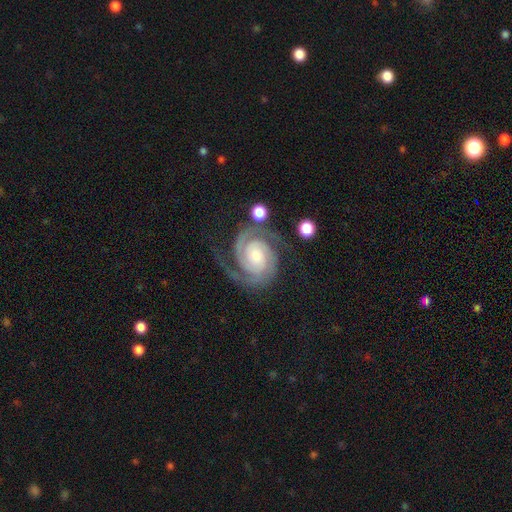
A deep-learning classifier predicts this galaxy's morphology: smooth-or-featured: featured or disk: 92% | star or artifact: 4% | smooth: 4%
  disk-edge-on: no: 98% | yes: 2%
    bar: no: 66% | weak: 24% | strong: 10%
    has-spiral-arms: yes: 99% | no: 1%
      spiral-winding: tight: 62% | medium: 33% | loose: 5%
      spiral-arm-count: 2: 90% | 3: 4% | can't tell: 2% | 1: 2% | 4: 1% | more than 4: 1%
    bulge-size: small: 44% | moderate: 40% | large: 8% | none: 5% | dominant: 2%
  merging: none: 73% | minor disturbance: 14% | major disturbance: 9% | merger: 4%